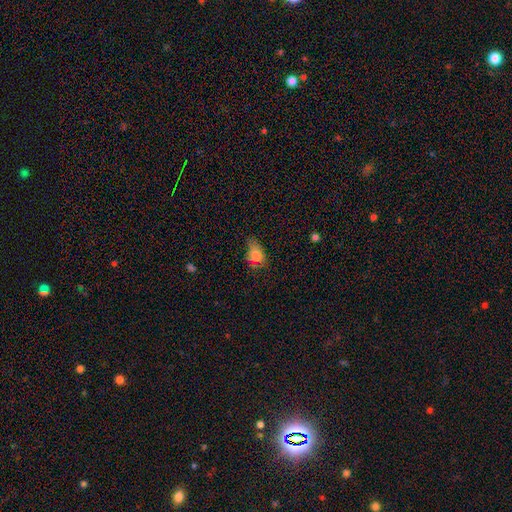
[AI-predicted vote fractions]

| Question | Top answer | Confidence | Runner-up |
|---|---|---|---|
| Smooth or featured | smooth | 74% | star or artifact (16%) |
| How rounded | in between | 84% | round (13%) |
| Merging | none | 61% | minor disturbance (29%) |